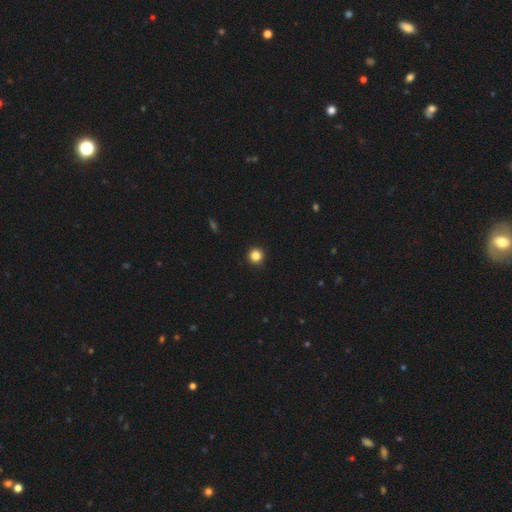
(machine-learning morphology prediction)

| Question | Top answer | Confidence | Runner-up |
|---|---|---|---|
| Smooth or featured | smooth | 84% | star or artifact (12%) |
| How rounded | round | 96% | in between (3%) |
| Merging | none | 94% | minor disturbance (4%) |